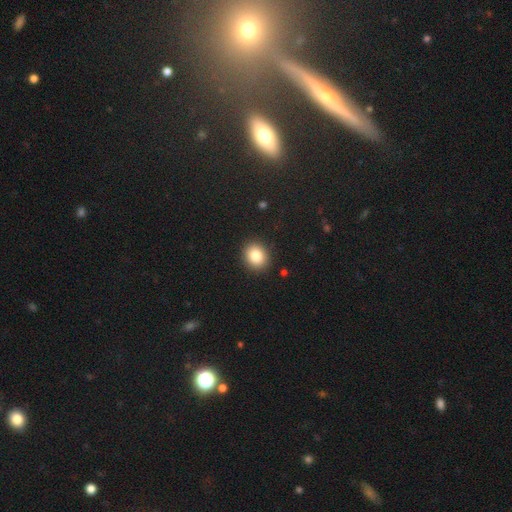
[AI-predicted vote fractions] Smooth or featured? Predicted: smooth (p=0.84). How rounded? Predicted: round (p=0.73). Merging? Predicted: none (p=0.91).